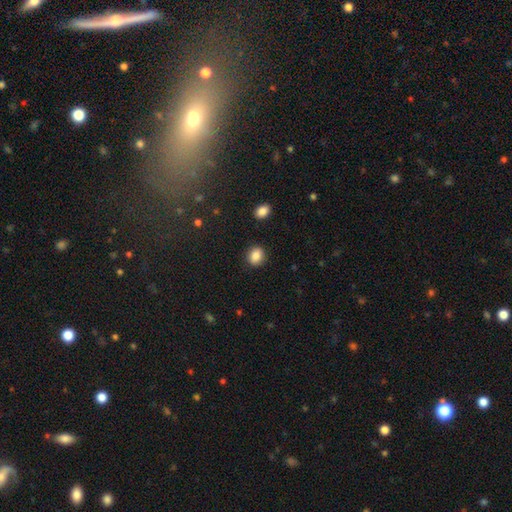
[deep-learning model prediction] The model was most divided on "how rounded": round: 59%, in between: 40%, cigar-shaped: 1%. More confident: merging — none (89%); smooth or featured — smooth (86%).